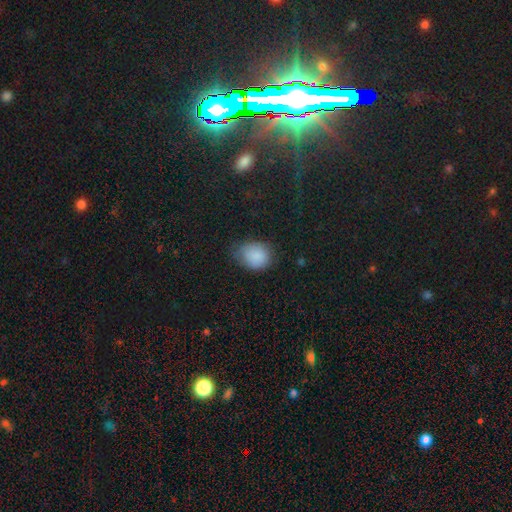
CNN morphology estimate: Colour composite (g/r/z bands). It shows a smooth galaxy with no disk features (86%) that is in between round and cigar-shaped (53%). Merging: none (59%).